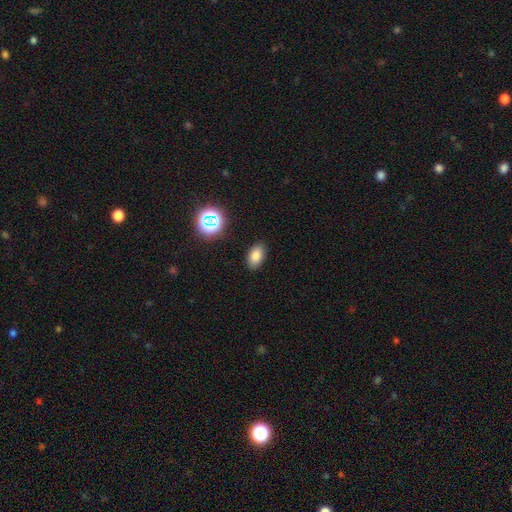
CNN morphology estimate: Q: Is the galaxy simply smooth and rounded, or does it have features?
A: smooth — 81%.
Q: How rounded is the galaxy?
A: in between — 90%.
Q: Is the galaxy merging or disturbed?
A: none — 87%.